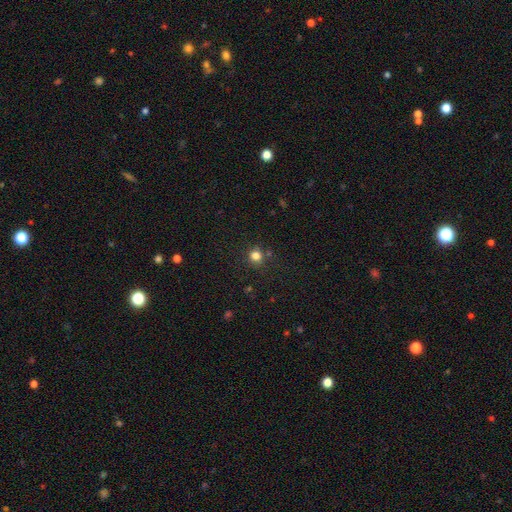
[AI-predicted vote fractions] A smooth galaxy with no disk features (79%) that is round (86%).

Vote fractions:
- Smooth or featured? smooth: 79% / star or artifact: 16% / featured or disk: 5%
- How rounded? round: 86% / in between: 13% / cigar-shaped: 1%
- Merging? none: 80% / minor disturbance: 11% / merger: 6% / major disturbance: 3%